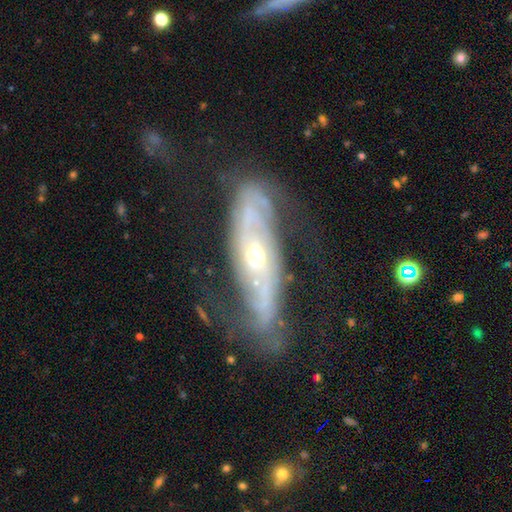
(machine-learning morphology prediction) Overall: featured or disk (81%). Edge-on disk: no (79%). Bar: no (68%). Spiral arms: yes (83%). Spiral arm count: 2 (59%; can't tell 28%). Spiral winding: tight (45%; medium 35%). Bulge size: moderate (56%; small 38%). Merging: none (61%; minor disturbance 21%).